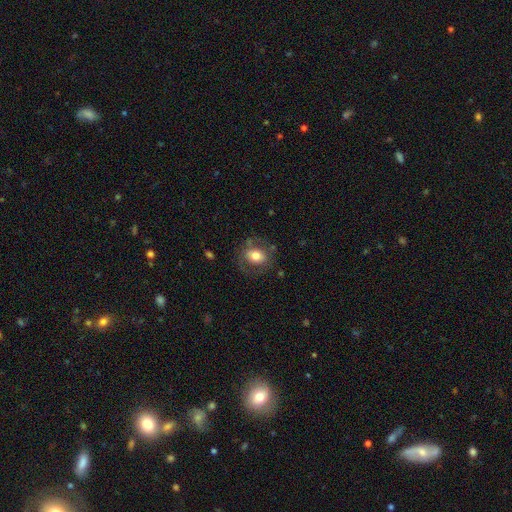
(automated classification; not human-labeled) The model was most divided on "how rounded": round: 51%, in between: 47%, cigar-shaped: 1%. More confident: merging — none (72%); smooth or featured — smooth (65%).